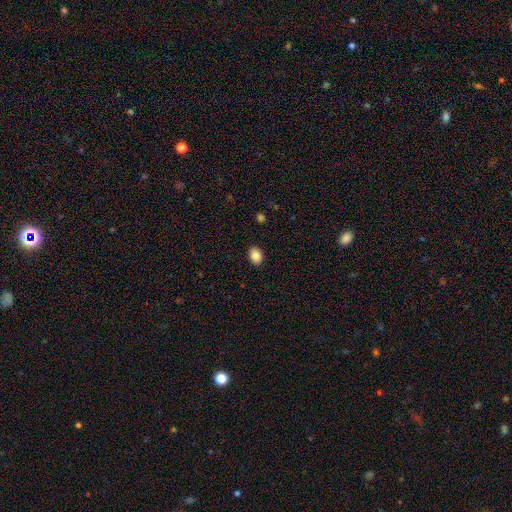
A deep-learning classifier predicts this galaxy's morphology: smooth_or_featured: smooth (p=0.87) [alt: star or artifact p=0.08]
how_rounded: in between (p=0.69) [alt: round p=0.30]
merging: none (p=0.89) [alt: minor disturbance p=0.08]